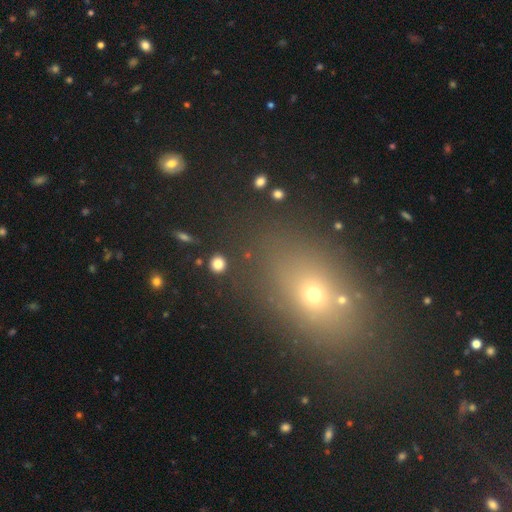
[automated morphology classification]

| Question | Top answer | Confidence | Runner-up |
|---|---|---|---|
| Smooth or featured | smooth | 52% | star or artifact (33%) |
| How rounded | in between | 63% | round (31%) |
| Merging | none | 81% | minor disturbance (9%) |